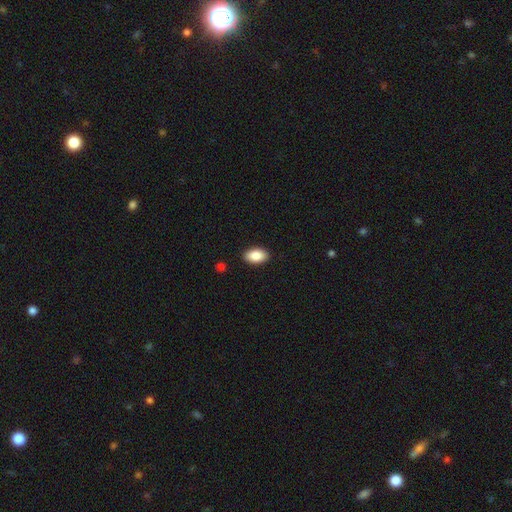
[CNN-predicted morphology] type=smooth (87%); roundness=in between (93%); merging=none (89%).